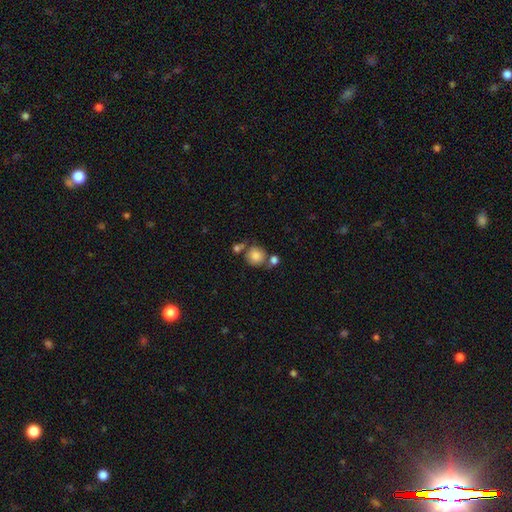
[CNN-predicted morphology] Overall: smooth (83%). How rounded: round (87%). Merging: none (58%; merger 22%).